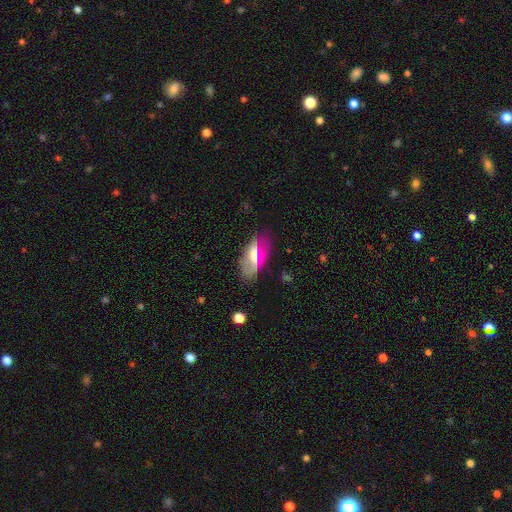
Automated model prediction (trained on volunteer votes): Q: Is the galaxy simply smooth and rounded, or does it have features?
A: smooth — 47%.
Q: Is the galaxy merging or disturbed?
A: none — 75%.